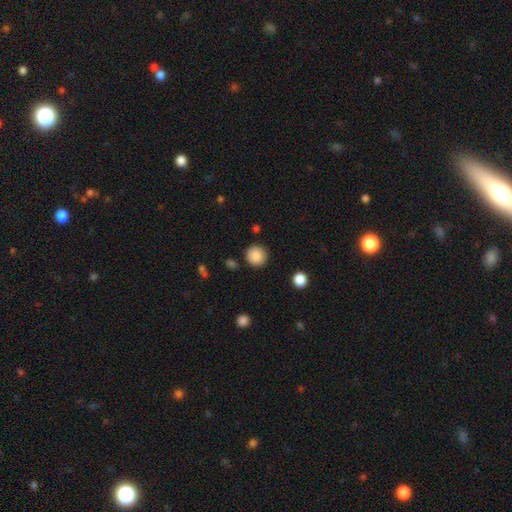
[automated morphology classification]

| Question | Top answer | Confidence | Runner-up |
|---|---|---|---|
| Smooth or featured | smooth | 88% | star or artifact (9%) |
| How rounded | round | 93% | in between (6%) |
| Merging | none | 89% | minor disturbance (7%) |